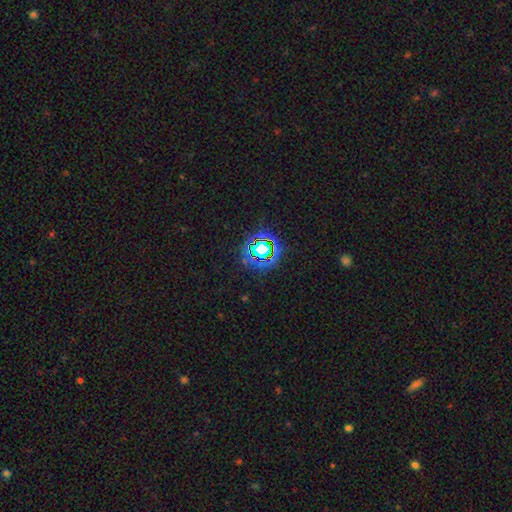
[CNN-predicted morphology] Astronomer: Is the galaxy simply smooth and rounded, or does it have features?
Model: star or artifact — 75%.